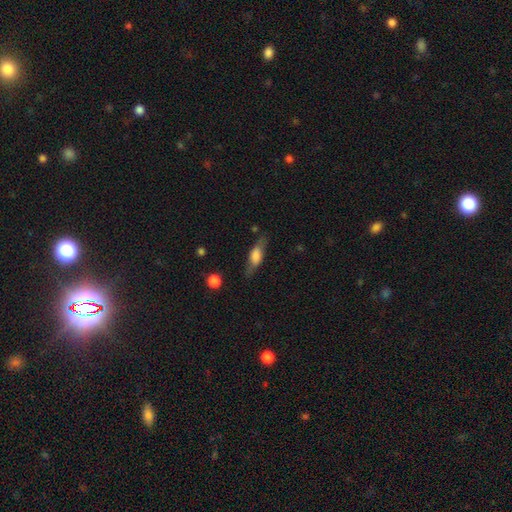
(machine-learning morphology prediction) A smooth galaxy with no disk features (54%) that is in between round and cigar-shaped (55%). Merging: none (74%).